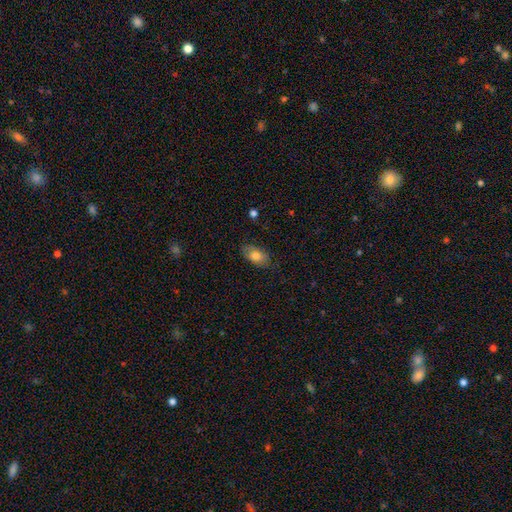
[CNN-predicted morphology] smooth-or-featured: smooth: 78% | featured or disk: 15% | star or artifact: 7%
  how-rounded: in between: 92% | round: 6% | cigar-shaped: 2%
  merging: none: 79% | minor disturbance: 16% | major disturbance: 4% | merger: 1%